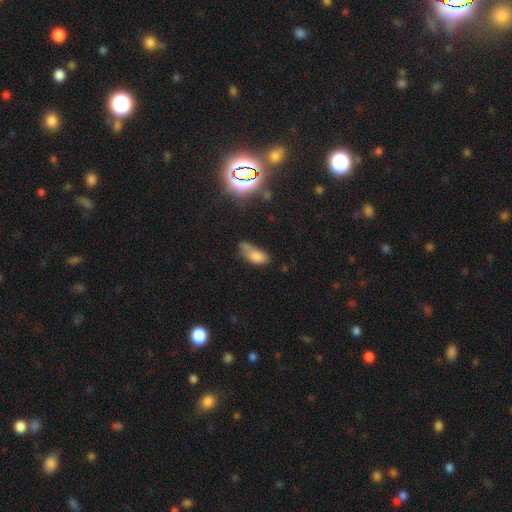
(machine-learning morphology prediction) This is likely a smooth galaxy (74%). How rounded: clearly in between (84%). Merging: marginally none (35%, tied with minor disturbance).